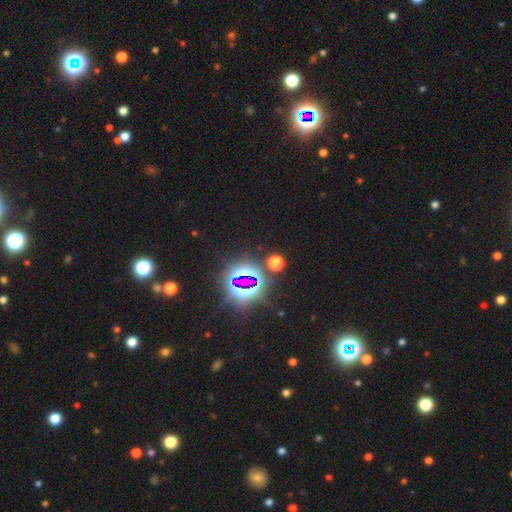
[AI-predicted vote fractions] Q: Smooth or featured?
A: star or artifact (81%); runner-up: smooth (11%)